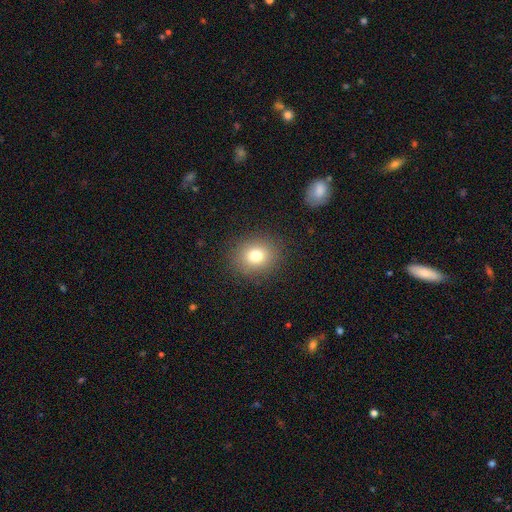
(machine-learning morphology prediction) smooth-or-featured: smooth: 77% | star or artifact: 13% | featured or disk: 10%
  how-rounded: round: 71% | in between: 28% | cigar-shaped: 1%
  merging: none: 89% | minor disturbance: 7% | major disturbance: 3% | merger: 1%